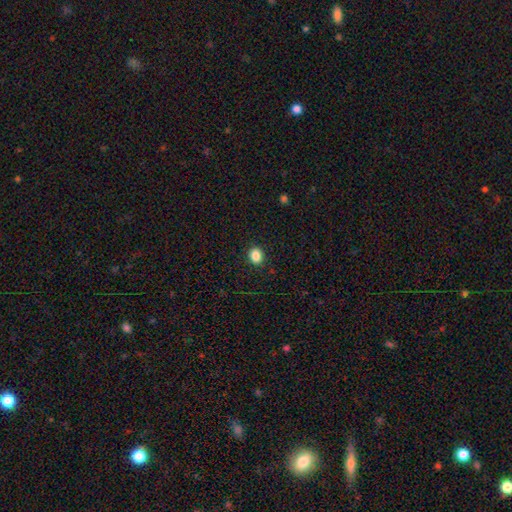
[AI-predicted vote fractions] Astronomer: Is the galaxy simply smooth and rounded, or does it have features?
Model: smooth — 86%.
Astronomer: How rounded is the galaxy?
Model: round — 55% (runner-up: in between, 44%).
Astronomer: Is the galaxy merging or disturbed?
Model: none — 90%.